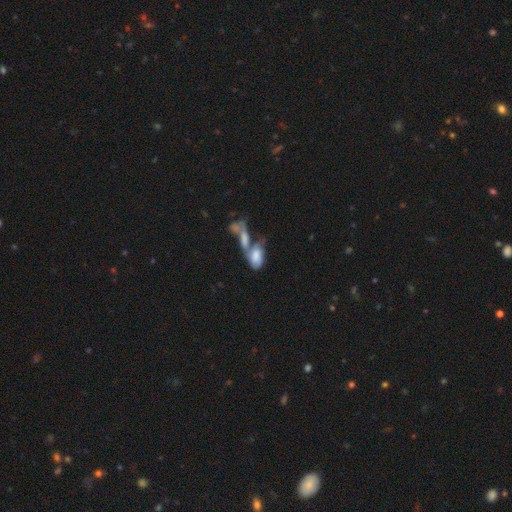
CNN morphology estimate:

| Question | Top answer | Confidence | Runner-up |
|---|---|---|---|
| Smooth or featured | smooth | 58% | featured or disk (32%) |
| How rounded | in between | 89% | cigar-shaped (7%) |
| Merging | merger | 69% | none (13%) |